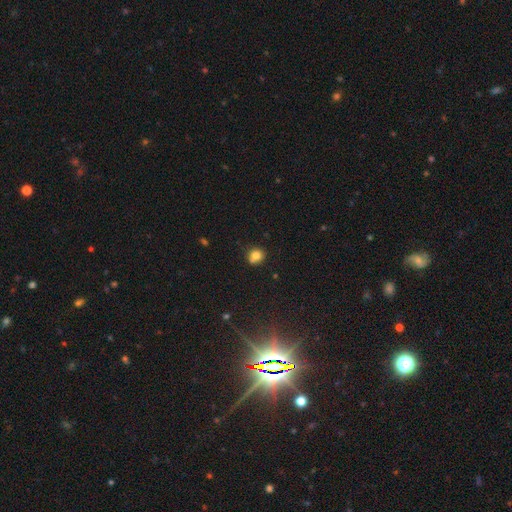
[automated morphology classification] A smooth galaxy with no disk features (79%) that is round (81%).

Vote fractions:
- Smooth or featured? smooth: 79% / star or artifact: 12% / featured or disk: 9%
- How rounded? round: 81% / in between: 18% / cigar-shaped: 1%
- Merging? none: 67% / minor disturbance: 17% / merger: 11% / major disturbance: 4%